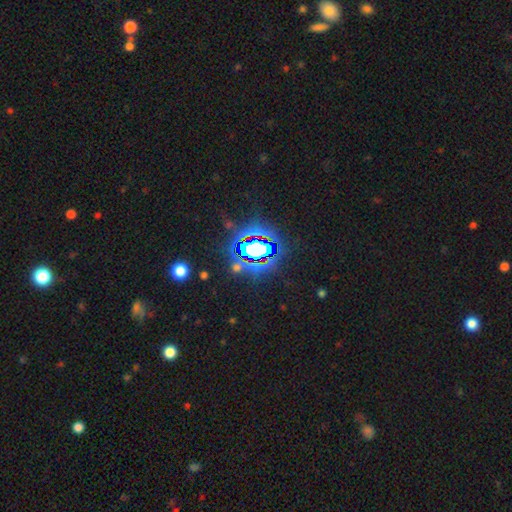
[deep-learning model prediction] Overall: star or artifact (81%).